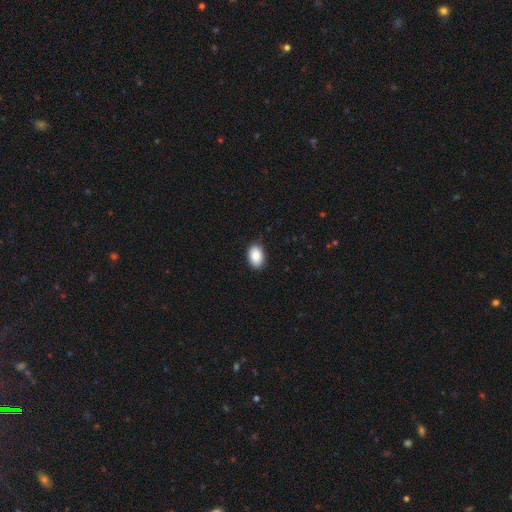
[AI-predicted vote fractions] Smooth or featured? Predicted: smooth (p=0.89). How rounded? Predicted: in between (p=0.89). Merging? Predicted: none (p=0.84).